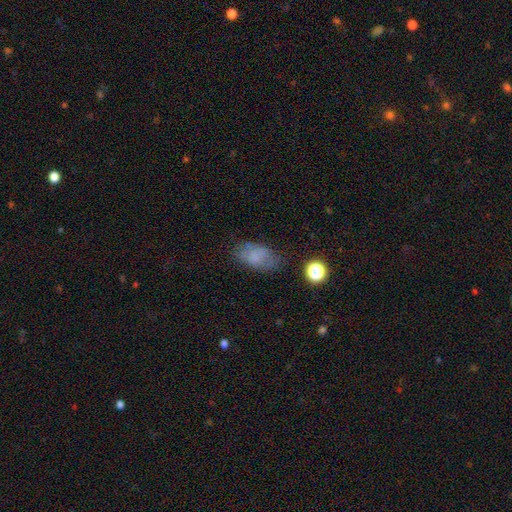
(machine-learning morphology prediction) Smooth or featured? smooth (69%)
How rounded? in between (90%)
Merging? none (66%)